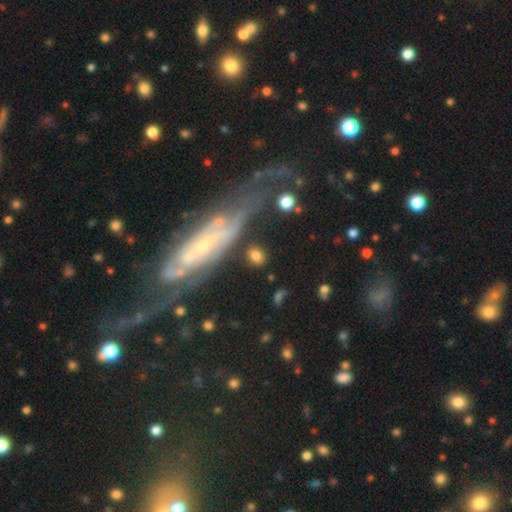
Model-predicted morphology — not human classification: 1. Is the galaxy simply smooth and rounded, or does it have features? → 71% smooth, 20% featured or disk, 9% star or artifact.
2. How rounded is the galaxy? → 55% in between, 39% round, 6% cigar-shaped.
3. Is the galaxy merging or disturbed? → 72% none, 14% minor disturbance, 7% major disturbance, 7% merger.